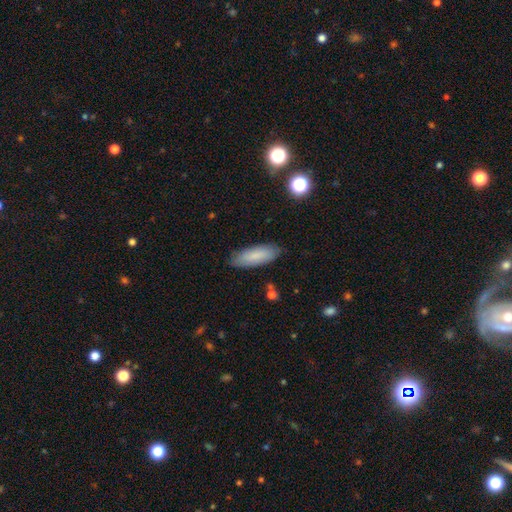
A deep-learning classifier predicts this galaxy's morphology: Smooth or featured?
  - smooth: 83% *
  - featured or disk: 11%
  - star or artifact: 6%
How rounded?
  - in between: 63% *
  - cigar-shaped: 35%
  - round: 2%
Merging?
  - none: 86% *
  - minor disturbance: 11%
  - major disturbance: 2%
  - merger: 1%